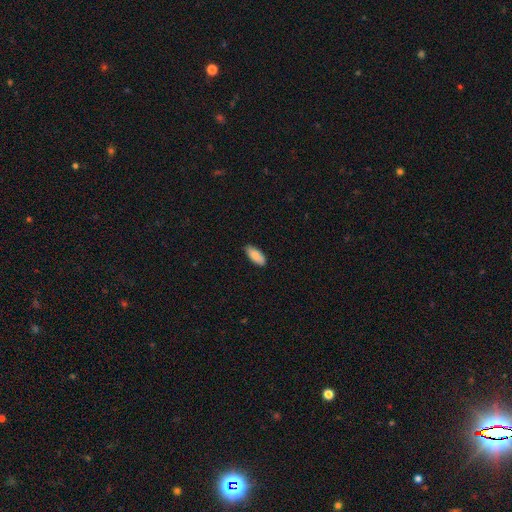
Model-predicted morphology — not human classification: A smooth galaxy with no disk features (88%) that is in between round and cigar-shaped (83%).

Vote fractions:
- Smooth or featured? smooth: 88% / featured or disk: 7% / star or artifact: 6%
- How rounded? in between: 83% / cigar-shaped: 15% / round: 2%
- Merging? none: 85% / minor disturbance: 12% / major disturbance: 2% / merger: 1%